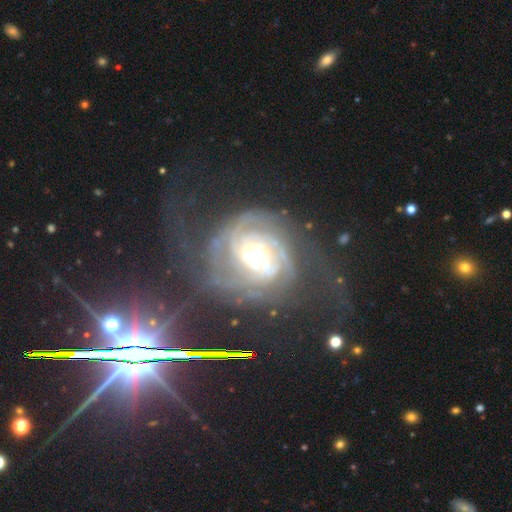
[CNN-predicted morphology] featured or disk 86%, star or artifact 7%, smooth 7%. Down the decision tree: edge-on disk — no (97%); bar — no (64%); spiral arms — yes (95%); spiral arm count — can't tell (30%); spiral winding — tight (63%); bulge size — moderate (51%); merging — none (52%).